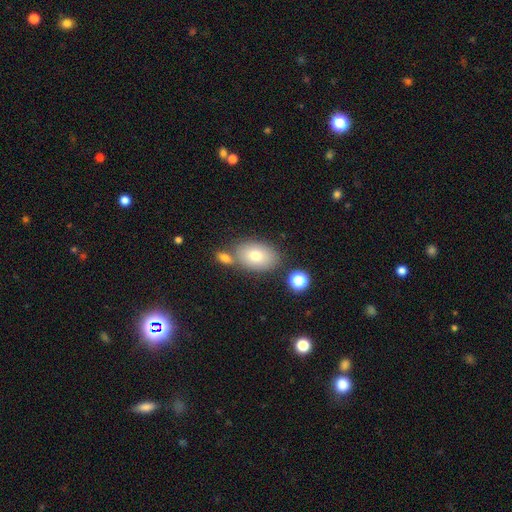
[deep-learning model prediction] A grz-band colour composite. It shows a smooth galaxy with no disk features (76%) that is in between round and cigar-shaped (85%). Merging: none (67%).